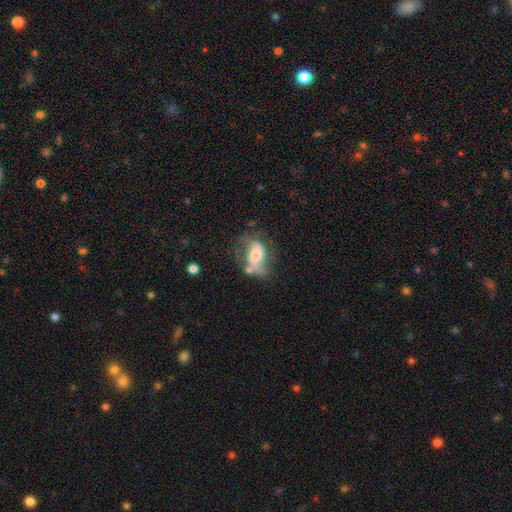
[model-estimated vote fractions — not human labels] The model was most divided on "bulge size": small: 39%, moderate: 36%, large: 12%, none: 9%, dominant: 3%. Remaining: edge-on disk — no (96%); spiral arms — yes (80%); smooth or featured — featured or disk (63%); bar — no (48%); merging — none (38%).